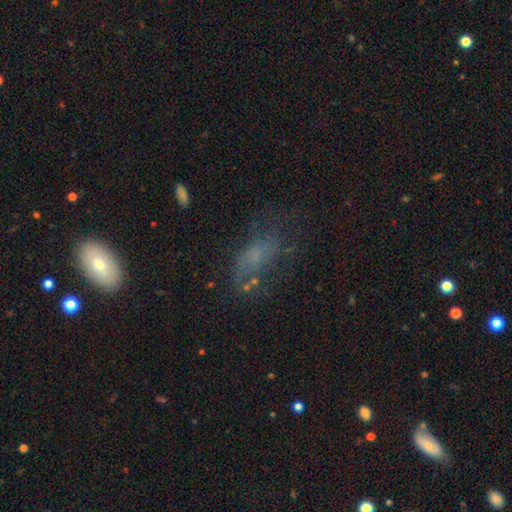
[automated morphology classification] smooth 46%, featured or disk 34%, star or artifact 20%. Down the decision tree: merging — none (44%).